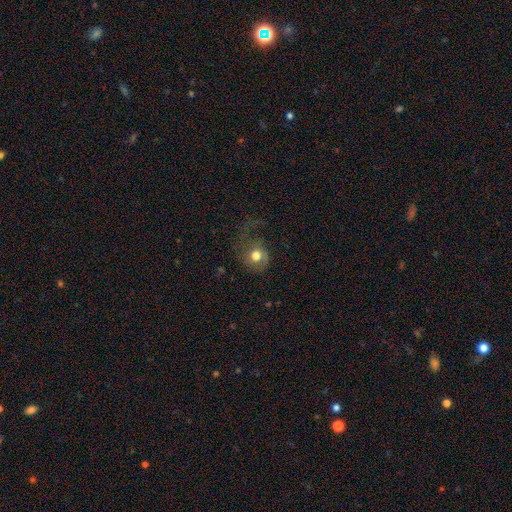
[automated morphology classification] This appears to be a smooth galaxy with no disk features (62%) that is round (78%). Merging: major disturbance (40%).